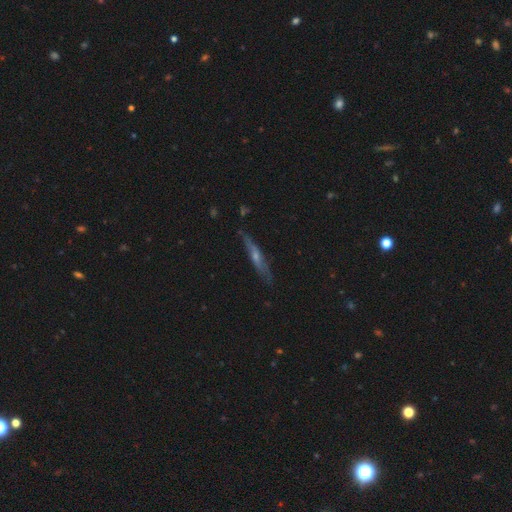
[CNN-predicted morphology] The model was most divided on "smooth or featured": featured or disk: 64%, smooth: 27%, star or artifact: 9%. More confident: edge-on disk — yes (86%); merging — none (79%); edge-on bulge — rounded (71%).